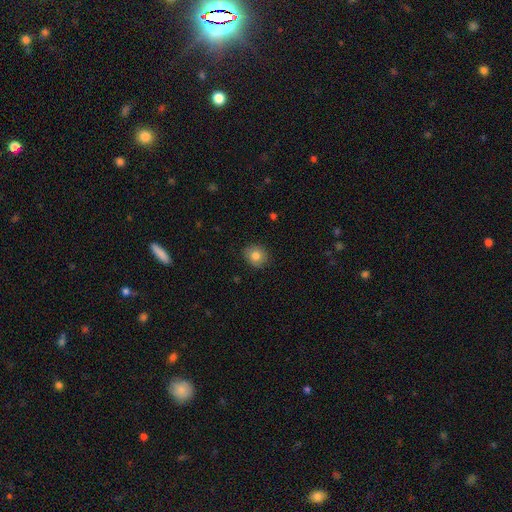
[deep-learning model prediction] smooth_or_featured: smooth (p=0.82) [alt: star or artifact p=0.10]
how_rounded: round (p=0.74) [alt: in between p=0.25]
merging: none (p=0.88) [alt: minor disturbance p=0.09]